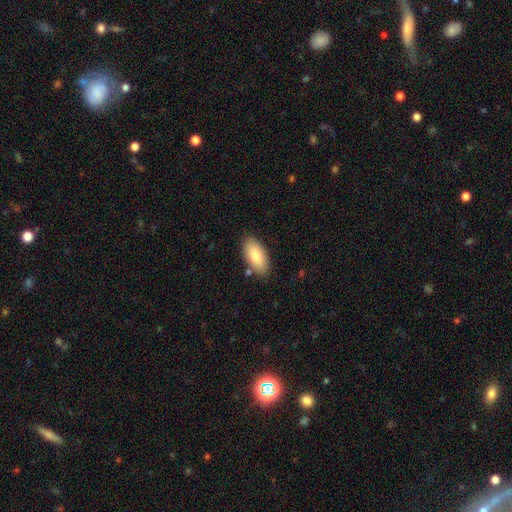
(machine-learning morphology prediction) A smooth galaxy with no disk features (83%) that is in between round and cigar-shaped (93%). Merging: none (82%).